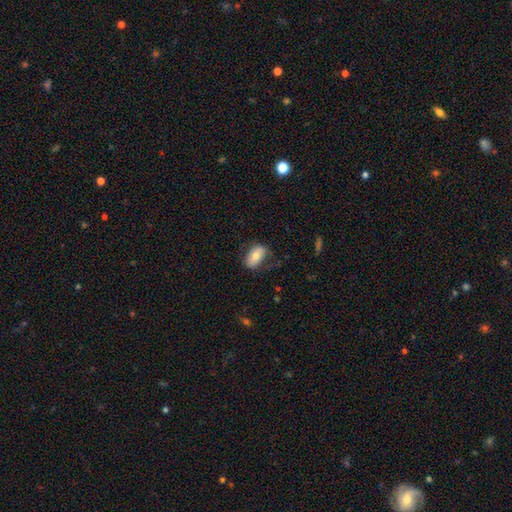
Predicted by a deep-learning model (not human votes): Overall: smooth (69%). How rounded: in between (90%). Merging: none (69%).